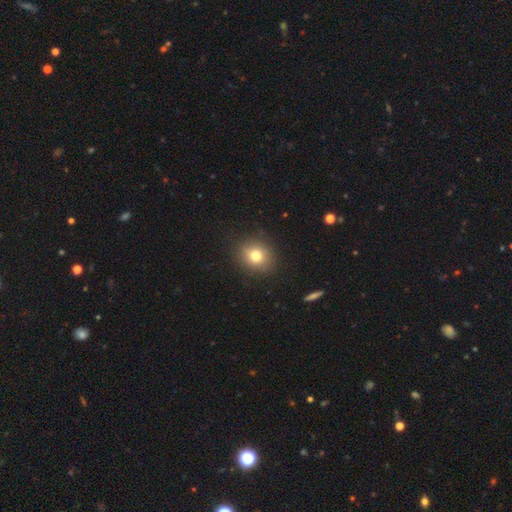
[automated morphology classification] Q: Smooth or featured?
A: smooth (78%); runner-up: star or artifact (12%)
Q: How rounded?
A: round (73%); runner-up: in between (26%)
Q: Merging?
A: none (87%); runner-up: minor disturbance (9%)